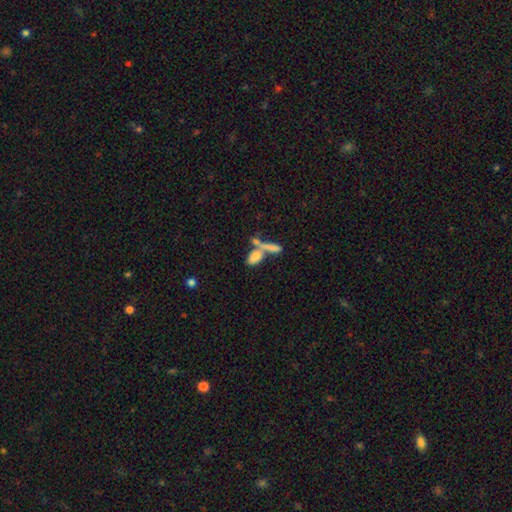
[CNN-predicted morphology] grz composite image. It shows a smooth galaxy with no disk features (72%) that is in between round and cigar-shaped (72%). Merging: merger (54%).